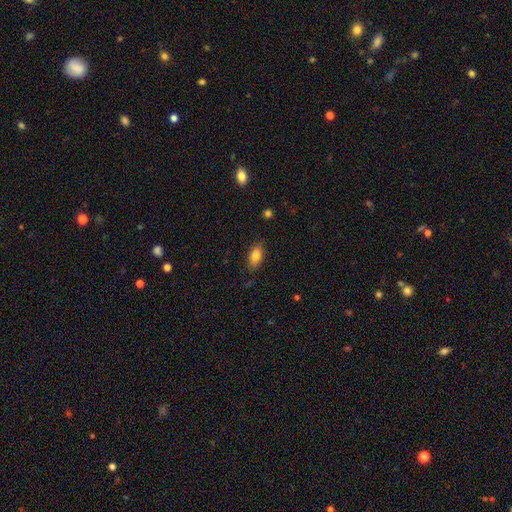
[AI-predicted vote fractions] A smooth galaxy with no disk features (82%) that is in between round and cigar-shaped (89%).

Vote fractions:
- Smooth or featured? smooth: 82% / featured or disk: 10% / star or artifact: 8%
- How rounded? in between: 89% / round: 6% / cigar-shaped: 5%
- Merging? none: 82% / minor disturbance: 14% / major disturbance: 3% / merger: 1%